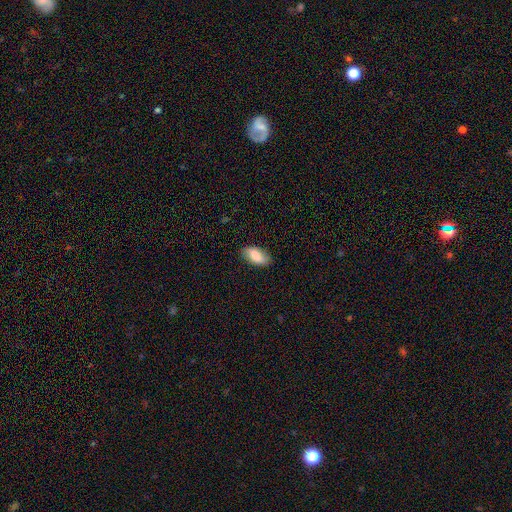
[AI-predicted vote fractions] Smooth or featured: smooth — 77% (featured or disk — 16%)
How rounded: in between — 91% (cigar-shaped — 6%)
Merging: none — 83% (minor disturbance — 13%)